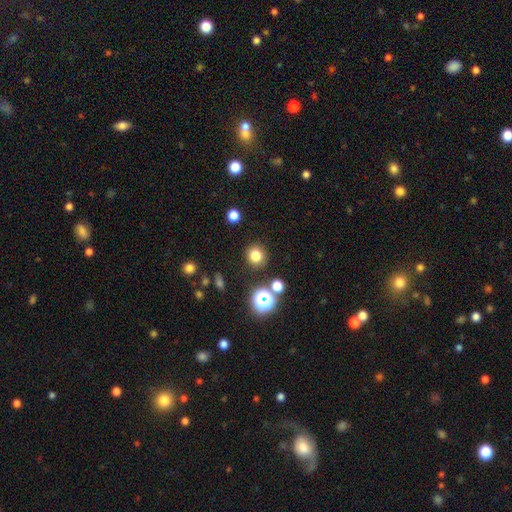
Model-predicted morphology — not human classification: Overall: smooth (78%). How rounded: round (91%). Merging: none (87%).